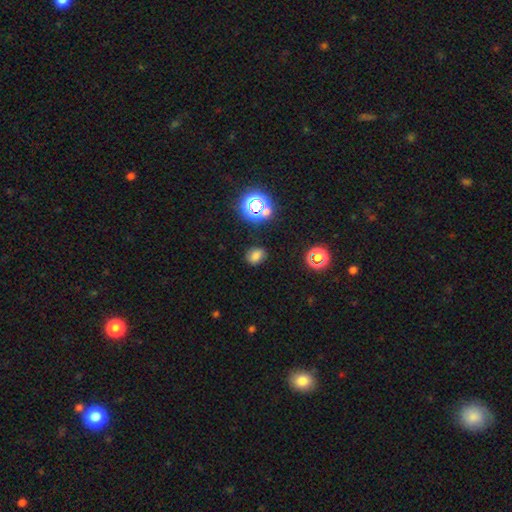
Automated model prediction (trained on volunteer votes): Smooth or featured: smooth — 71% (star or artifact — 21%)
How rounded: in between — 55% (round — 44%)
Merging: none — 83% (minor disturbance — 12%)